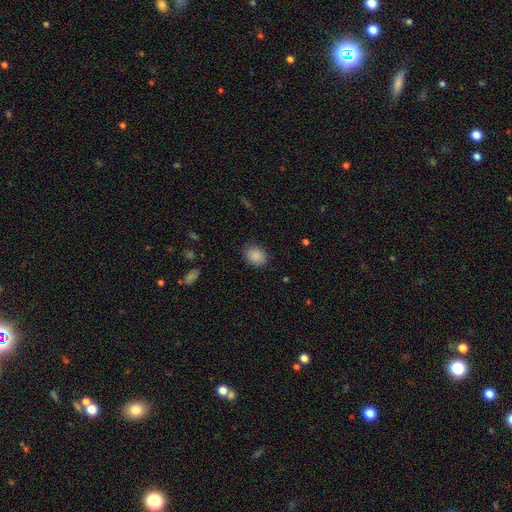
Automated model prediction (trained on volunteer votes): smooth-or-featured: smooth: 88% | star or artifact: 8% | featured or disk: 4%
  how-rounded: in between: 59% | round: 40% | cigar-shaped: 1%
  merging: none: 84% | minor disturbance: 12% | major disturbance: 3% | merger: 1%